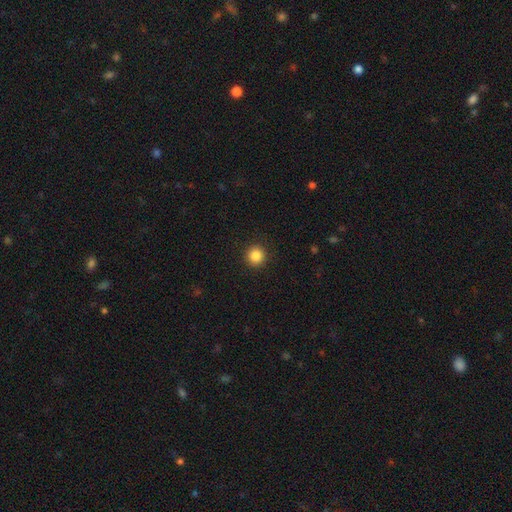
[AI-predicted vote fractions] Q: Smooth or featured?
A: smooth (86%); runner-up: star or artifact (10%)
Q: How rounded?
A: round (95%); runner-up: in between (4%)
Q: Merging?
A: none (93%); runner-up: minor disturbance (5%)